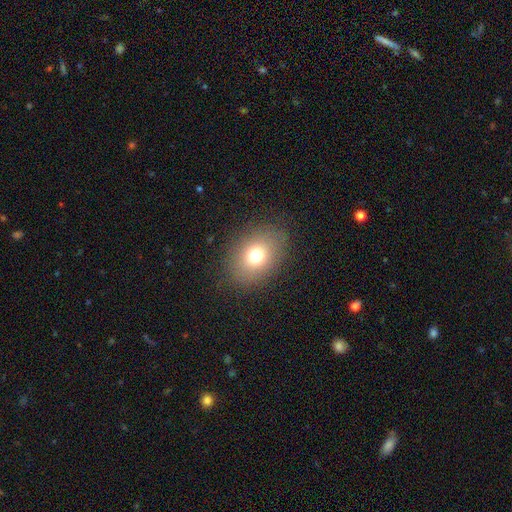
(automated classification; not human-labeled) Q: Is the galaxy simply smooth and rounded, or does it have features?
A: smooth — 74%.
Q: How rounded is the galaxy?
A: in between — 61%.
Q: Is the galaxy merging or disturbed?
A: none — 84%.